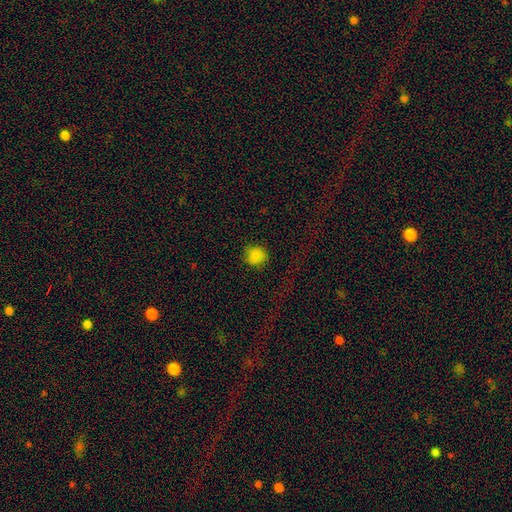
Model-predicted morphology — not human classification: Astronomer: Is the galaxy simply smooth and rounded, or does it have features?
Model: smooth — 84%.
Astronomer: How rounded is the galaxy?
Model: round — 86%.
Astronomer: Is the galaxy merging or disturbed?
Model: none — 83%.